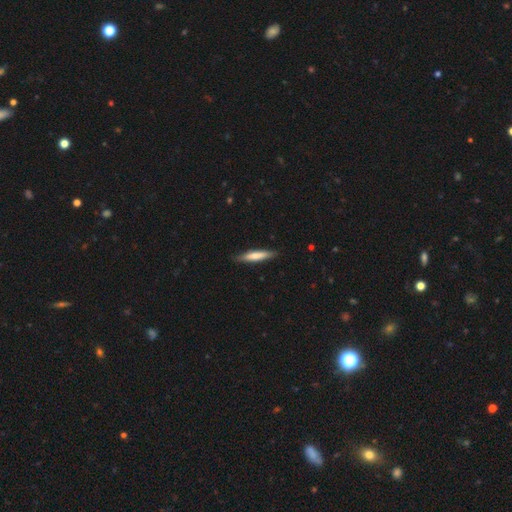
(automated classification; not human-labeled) Overall: smooth (65%; featured or disk 30%). How rounded: cigar-shaped (89%). Merging: none (88%).